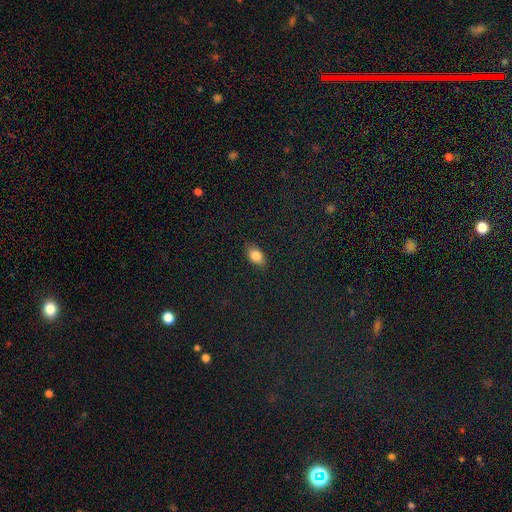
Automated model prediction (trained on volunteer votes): Q: Smooth or featured?
A: smooth (82%); runner-up: star or artifact (9%)
Q: How rounded?
A: in between (84%); runner-up: round (14%)
Q: Merging?
A: none (86%); runner-up: minor disturbance (11%)